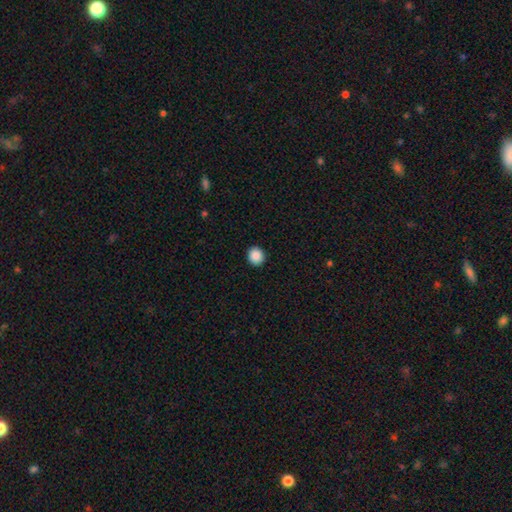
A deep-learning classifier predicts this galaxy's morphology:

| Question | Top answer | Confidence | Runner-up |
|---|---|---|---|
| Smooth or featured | smooth | 89% | star or artifact (8%) |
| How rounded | round | 86% | in between (13%) |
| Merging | none | 93% | minor disturbance (5%) |